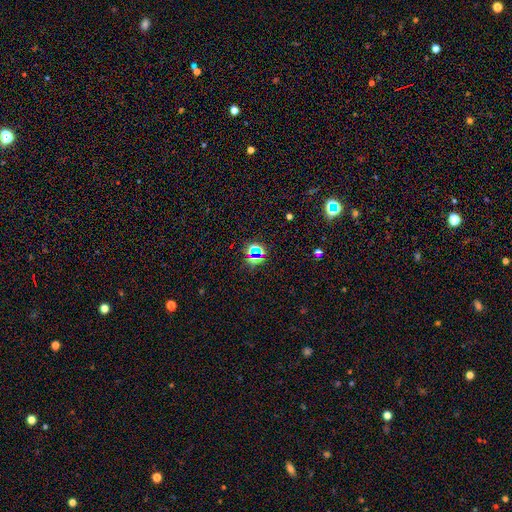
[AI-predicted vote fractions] Smooth or featured? Predicted: star or artifact (p=0.70).